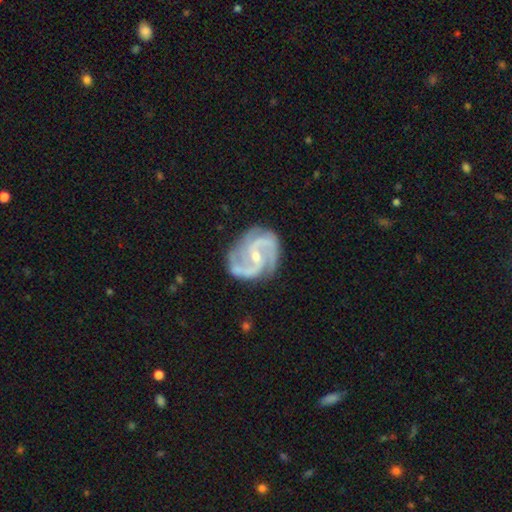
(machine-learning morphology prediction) smooth_or_featured: featured or disk (p=0.92) [alt: star or artifact p=0.04]
disk_edge_on: no (p=0.98) [alt: yes p=0.02]
bar: weak (p=0.43) [alt: no p=0.35]
has_spiral_arms: yes (p=0.98) [alt: no p=0.02]
spiral_winding: medium (p=0.58) [alt: tight p=0.22]
spiral_arm_count: 2 (p=0.78) [alt: 3 p=0.12]
bulge_size: small (p=0.65) [alt: moderate p=0.31]
merging: none (p=0.76) [alt: minor disturbance p=0.17]